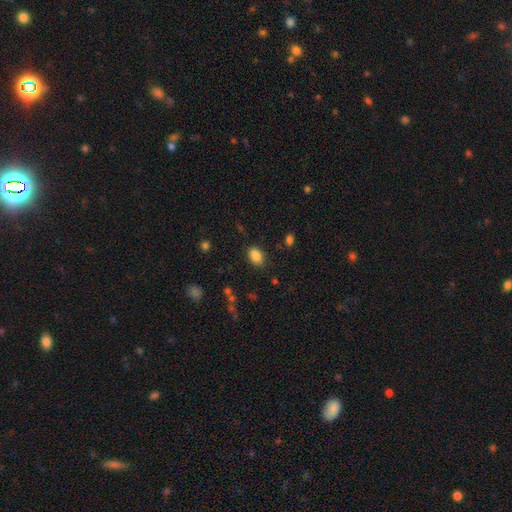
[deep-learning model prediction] Smooth or featured: smooth — 86% (star or artifact — 9%)
How rounded: in between — 85% (round — 14%)
Merging: none — 84% (minor disturbance — 12%)